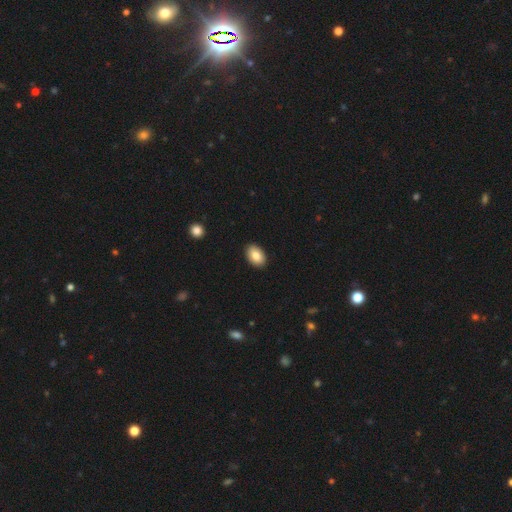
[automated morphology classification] Smooth or featured? smooth (85%)
How rounded? in between (89%)
Merging? none (90%)